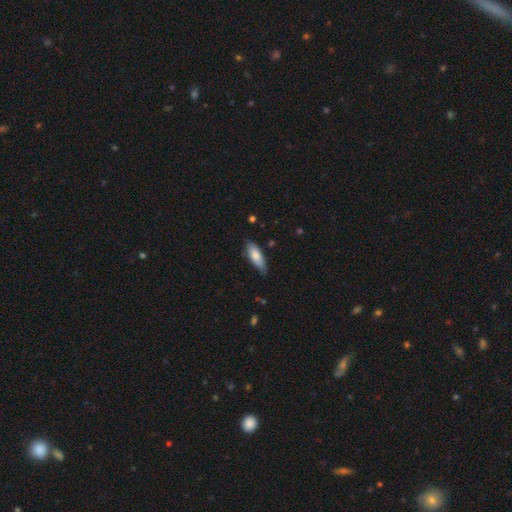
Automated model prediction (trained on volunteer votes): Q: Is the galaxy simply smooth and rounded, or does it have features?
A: smooth — 80%.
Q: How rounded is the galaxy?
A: in between — 66%.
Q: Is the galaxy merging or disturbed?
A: none — 73%.